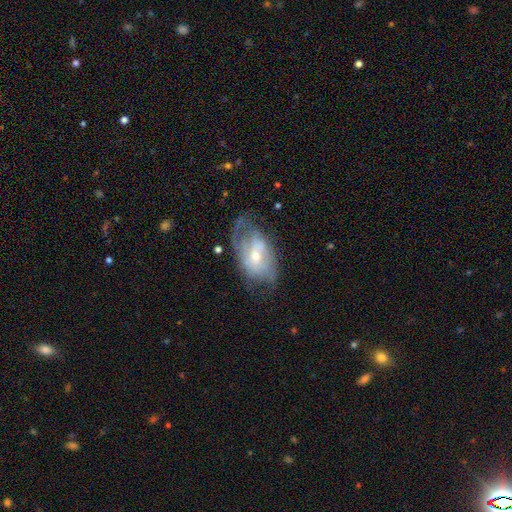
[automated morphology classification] smooth_or_featured: featured or disk (p=0.69) [alt: smooth p=0.24]
disk_edge_on: no (p=0.94) [alt: yes p=0.06]
bar: no (p=0.55) [alt: weak p=0.36]
has_spiral_arms: yes (p=0.72) [alt: no p=0.28]
bulge_size: moderate (p=0.48) [alt: small p=0.45]
merging: none (p=0.46) [alt: minor disturbance p=0.27]